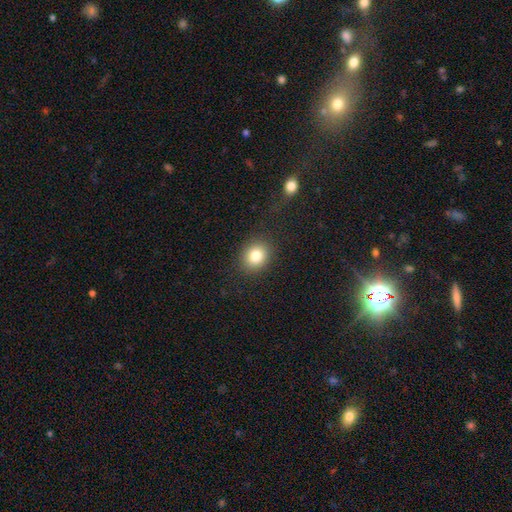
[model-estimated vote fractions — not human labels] Smooth or featured? smooth (82%)
How rounded? round (64%)
Merging? none (86%)